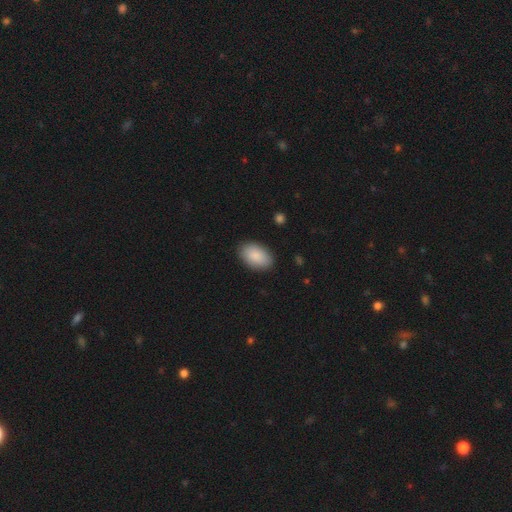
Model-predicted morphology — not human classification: smooth_or_featured: smooth (p=0.89) [alt: star or artifact p=0.06]
how_rounded: in between (p=0.93) [alt: round p=0.06]
merging: none (p=0.87) [alt: minor disturbance p=0.09]